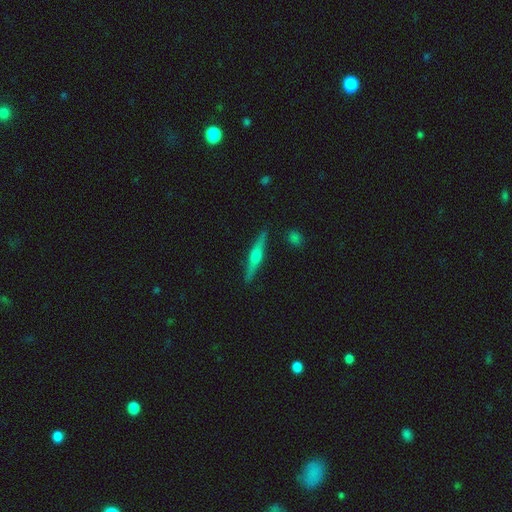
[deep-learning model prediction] Overall: featured or disk (77%). Edge-on disk: yes (98%). Edge-on bulge: rounded (85%). Merging: none (91%).